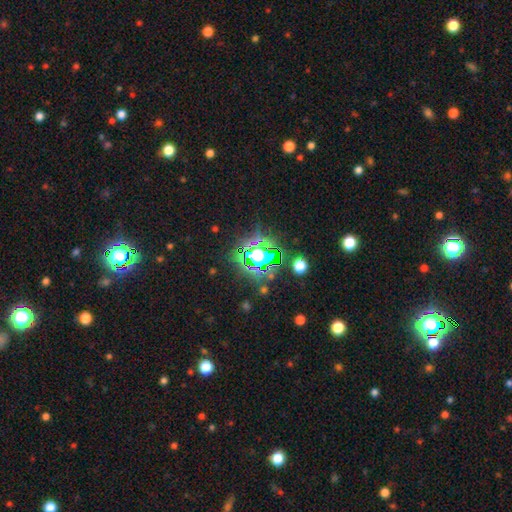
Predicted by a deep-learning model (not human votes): Overall: star or artifact (65%).